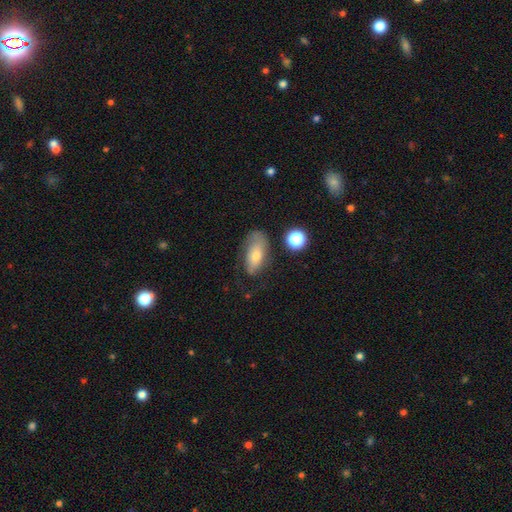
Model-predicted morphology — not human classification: The model was most divided on "merging": none: 55%, minor disturbance: 28%, major disturbance: 13%, merger: 3%. More confident: how rounded — in between (85%); smooth or featured — smooth (65%).